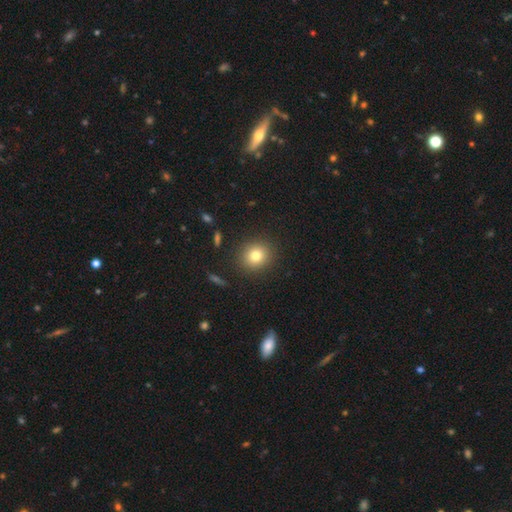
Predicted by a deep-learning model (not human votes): This appears to be a smooth galaxy with no disk features (79%) that is round (83%). Merging: none (89%).